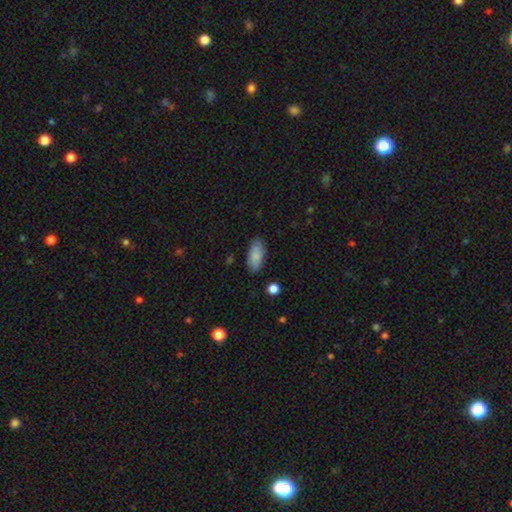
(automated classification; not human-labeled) Morphology: type=smooth (87%); roundness=in between (89%); merging=none (85%).